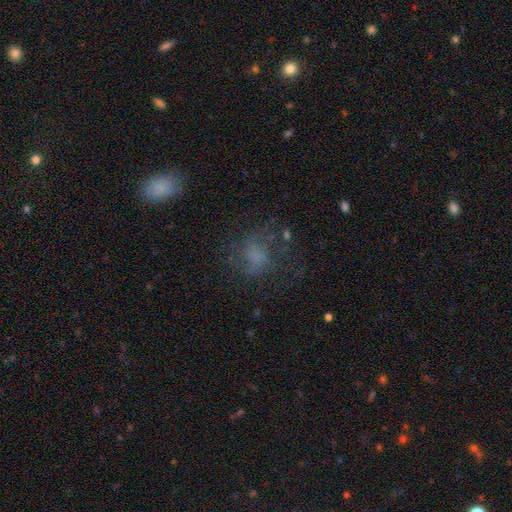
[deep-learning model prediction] smooth_or_featured: smooth (p=0.47) [alt: featured or disk p=0.34]
merging: none (p=0.51) [alt: major disturbance p=0.26]